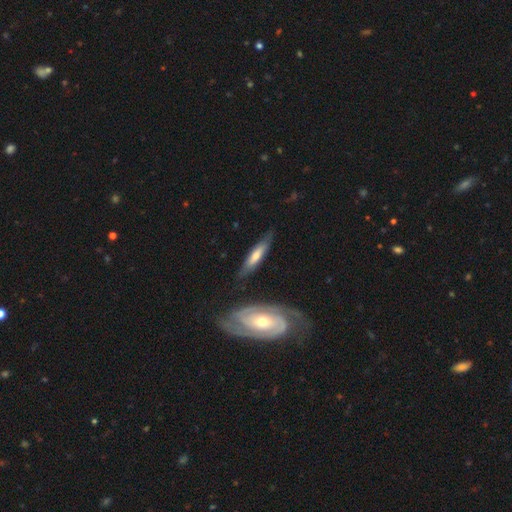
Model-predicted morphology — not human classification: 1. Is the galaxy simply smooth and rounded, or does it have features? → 51% featured or disk, 43% smooth, 6% star or artifact.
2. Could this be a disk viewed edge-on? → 55% yes, 45% no.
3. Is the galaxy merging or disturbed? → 73% none, 17% minor disturbance, 5% major disturbance, 5% merger.